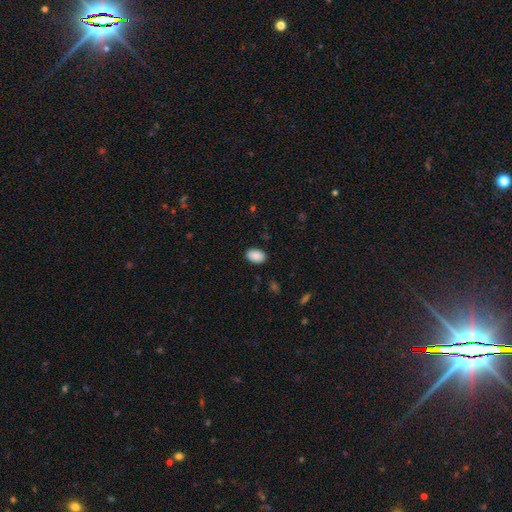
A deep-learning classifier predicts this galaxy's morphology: A smooth galaxy with no disk features (90%) that is in between round and cigar-shaped (89%).

Vote fractions:
- Smooth or featured? smooth: 90% / star or artifact: 7% / featured or disk: 3%
- How rounded? in between: 89% / round: 10% / cigar-shaped: 1%
- Merging? none: 88% / minor disturbance: 9% / major disturbance: 2% / merger: 1%